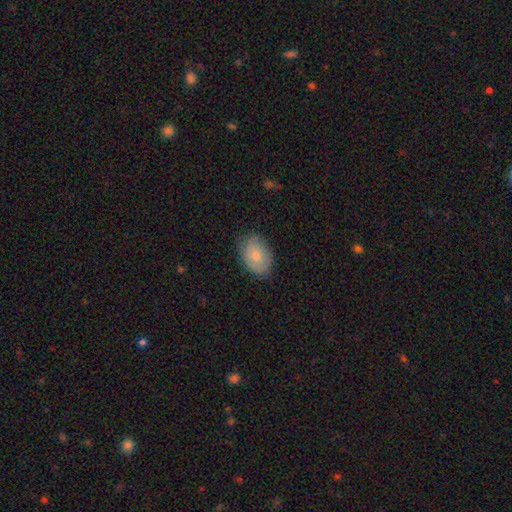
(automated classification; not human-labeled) smooth 75%, featured or disk 19%, star or artifact 6%. Down the decision tree: how rounded — in between (86%); merging — none (79%).